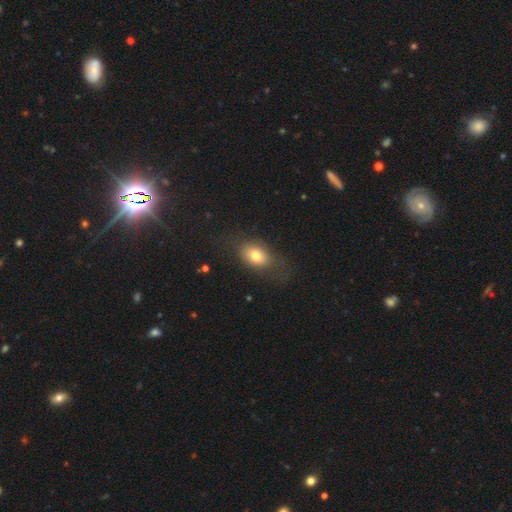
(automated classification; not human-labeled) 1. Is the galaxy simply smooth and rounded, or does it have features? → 76% smooth, 15% featured or disk, 9% star or artifact.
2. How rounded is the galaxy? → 78% in between, 21% round, 2% cigar-shaped.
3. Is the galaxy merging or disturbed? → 65% none, 21% minor disturbance, 13% major disturbance, 2% merger.